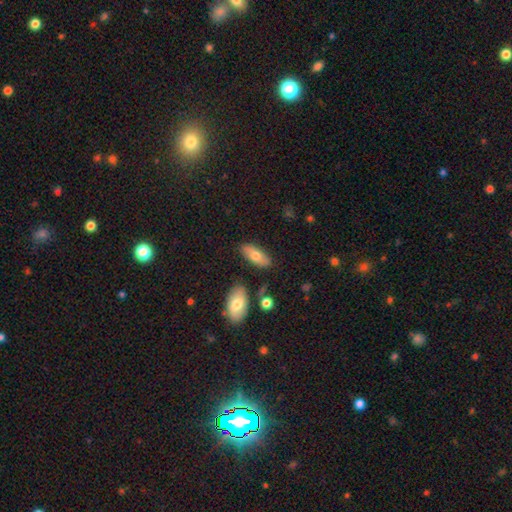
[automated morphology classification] Smooth or featured? Predicted: smooth (p=0.70). How rounded? Predicted: in between (p=0.82). Merging? Predicted: none (p=0.82).